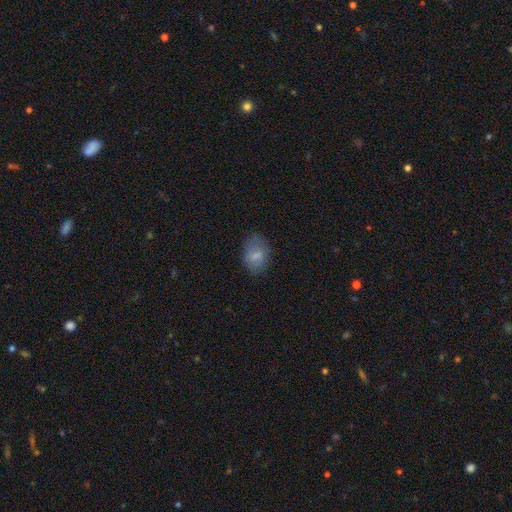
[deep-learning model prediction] smooth-or-featured: smooth: 75% | featured or disk: 17% | star or artifact: 9%
  how-rounded: in between: 77% | round: 22% | cigar-shaped: 1%
  merging: none: 68% | minor disturbance: 22% | major disturbance: 9% | merger: 2%